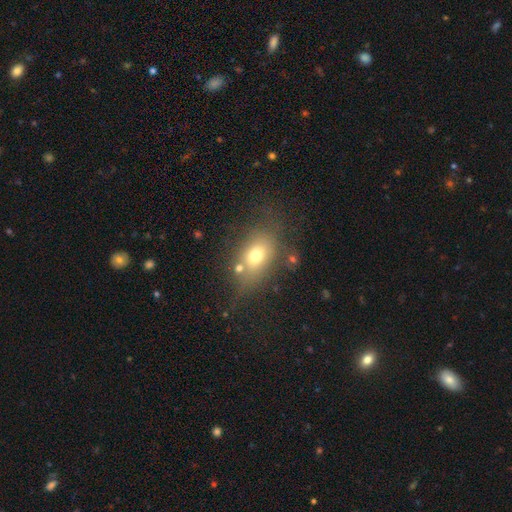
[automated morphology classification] A smooth galaxy with no disk features (69%) that is in between round and cigar-shaped (73%). Merging: none (62%).